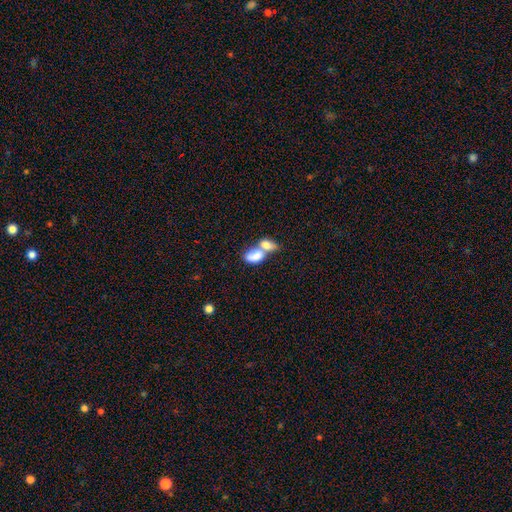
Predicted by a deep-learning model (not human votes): The model was most divided on "smooth or featured": smooth: 76%, featured or disk: 17%, star or artifact: 7%. More confident: how rounded — in between (88%); merging — merger (77%).